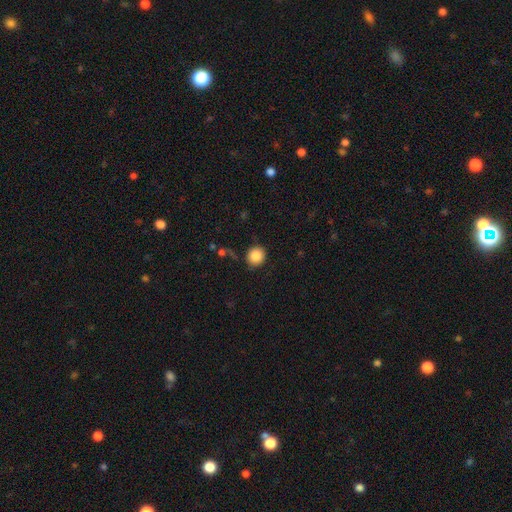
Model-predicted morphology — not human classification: Smooth or featured: smooth — 86% (star or artifact — 9%)
How rounded: round — 87% (in between — 12%)
Merging: none — 85% (minor disturbance — 10%)